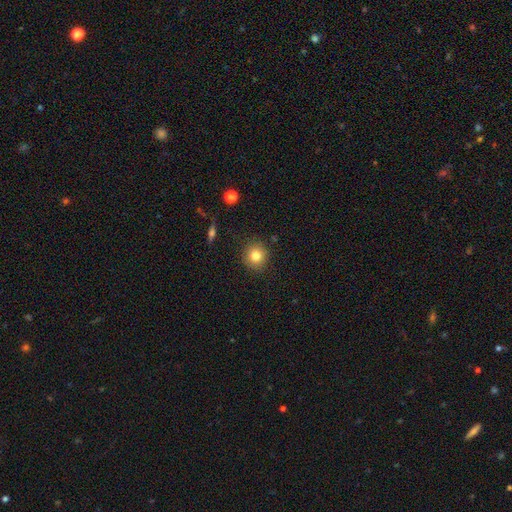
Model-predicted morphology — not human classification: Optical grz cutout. It shows a smooth galaxy with no disk features (81%) that is round (90%). Merging: none (89%).